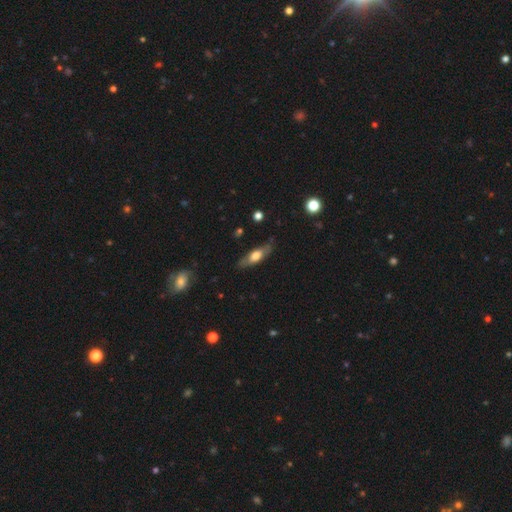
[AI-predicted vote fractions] Smooth or featured: smooth — 52% (featured or disk — 42%)
How rounded: in between — 51% (cigar-shaped — 47%)
Merging: none — 79% (minor disturbance — 16%)